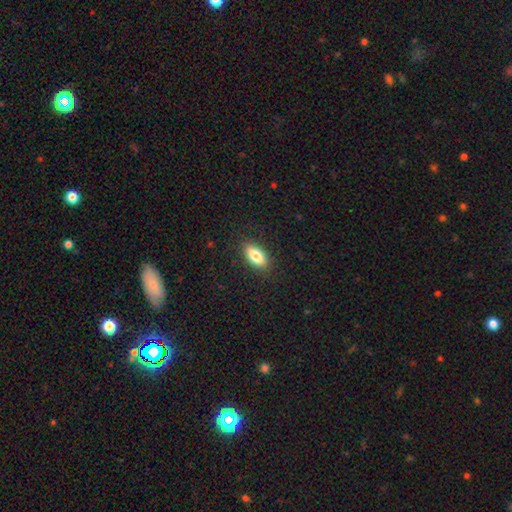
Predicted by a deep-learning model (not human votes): Smooth or featured: smooth — 81% (featured or disk — 12%)
How rounded: in between — 84% (cigar-shaped — 13%)
Merging: none — 88% (minor disturbance — 9%)